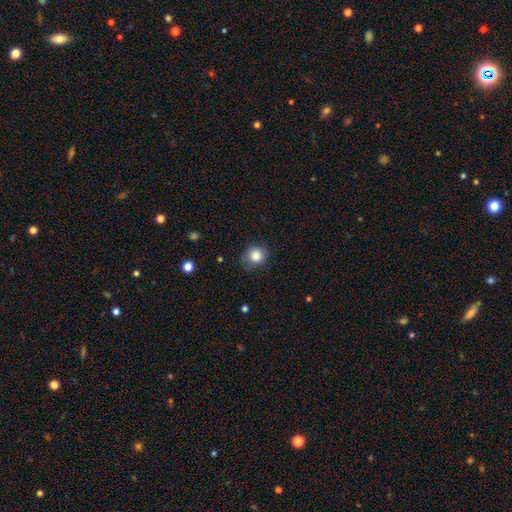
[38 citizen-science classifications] Volunteers were most divided on "merging": none: 72%, minor disturbance: 22%, major disturbance: 3%, merger: 3%. More confident: smooth or featured — smooth (92%); how rounded — round (83%).